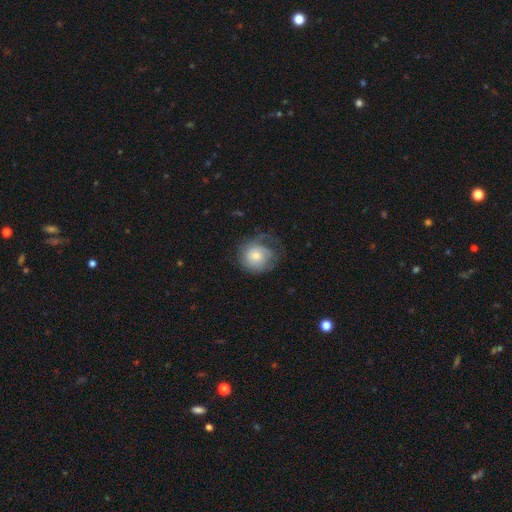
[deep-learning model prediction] Q: Smooth or featured?
A: smooth (51%); runner-up: featured or disk (41%)
Q: How rounded?
A: round (80%); runner-up: in between (19%)
Q: Merging?
A: none (49%); runner-up: minor disturbance (27%)